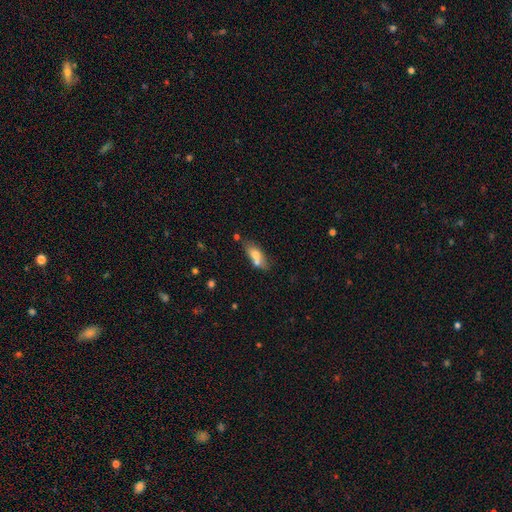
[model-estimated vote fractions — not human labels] smooth_or_featured: smooth (p=0.68) [alt: featured or disk p=0.24]
how_rounded: in between (p=0.77) [alt: cigar-shaped p=0.17]
merging: none (p=0.46) [alt: merger p=0.34]